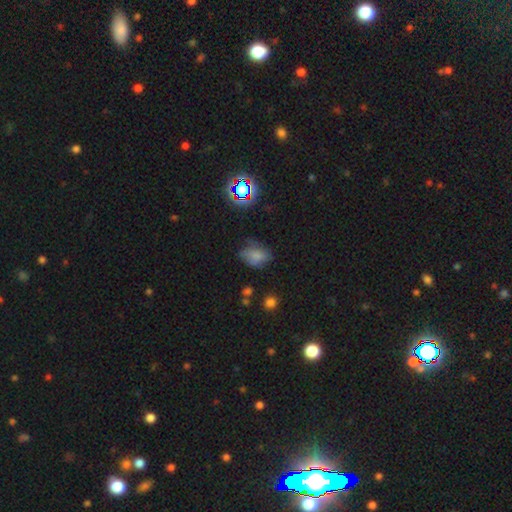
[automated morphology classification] smooth 64%, featured or disk 19%, star or artifact 17%. Down the decision tree: how rounded — in between (76%); merging — none (50%).